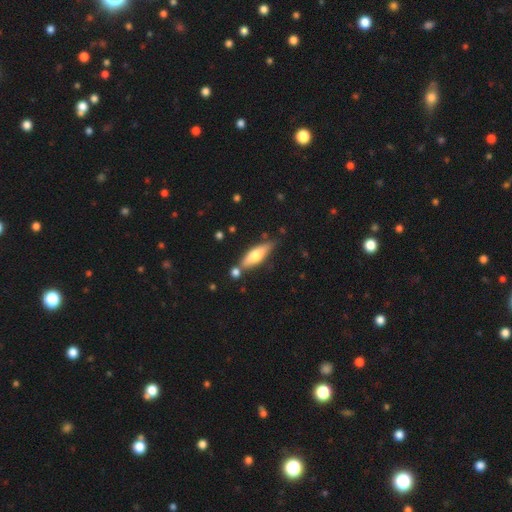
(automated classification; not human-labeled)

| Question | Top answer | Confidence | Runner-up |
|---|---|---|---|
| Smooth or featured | smooth | 61% | featured or disk (33%) |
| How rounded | cigar-shaped | 52% | in between (46%) |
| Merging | none | 69% | minor disturbance (15%) |